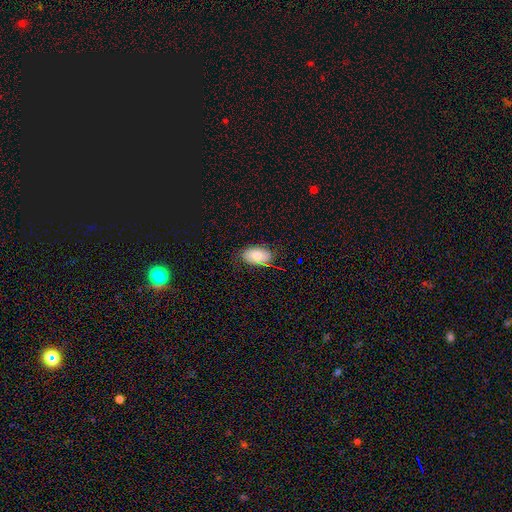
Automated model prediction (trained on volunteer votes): This is likely a smooth galaxy (66%). How rounded: clearly in between (92%). Merging: likely none (72%).